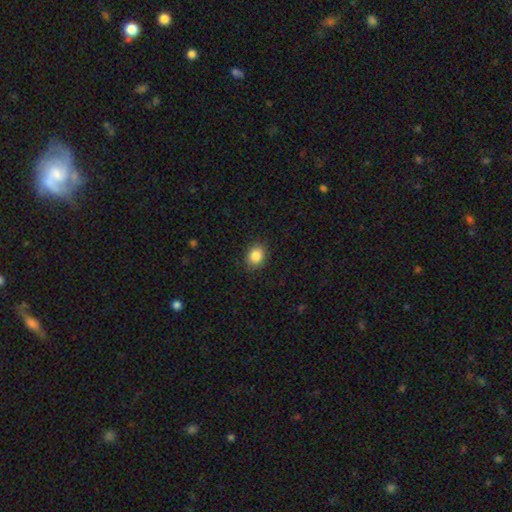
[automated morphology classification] Smooth or featured: smooth — 86% (star or artifact — 9%)
How rounded: round — 58% (in between — 41%)
Merging: none — 88% (minor disturbance — 8%)